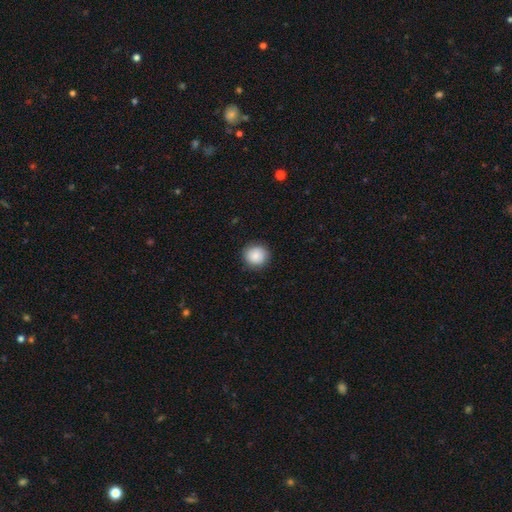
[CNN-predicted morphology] A smooth galaxy with no disk features (86%) that is round (92%).

Vote fractions:
- Smooth or featured? smooth: 86% / star or artifact: 8% / featured or disk: 6%
- How rounded? round: 92% / in between: 7% / cigar-shaped: 1%
- Merging? none: 89% / minor disturbance: 8% / major disturbance: 2% / merger: 1%